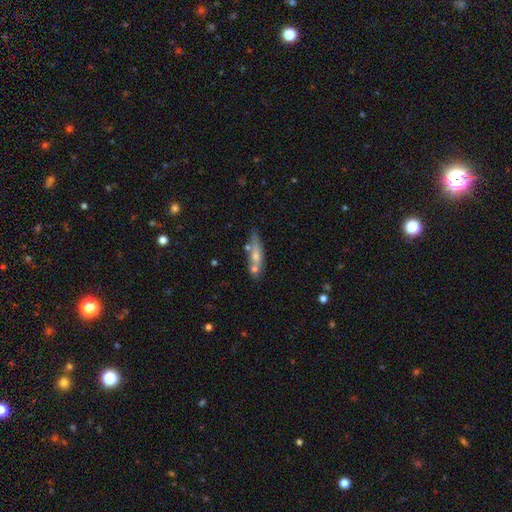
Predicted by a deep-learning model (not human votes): The model was most divided on "smooth or featured": smooth: 54%, featured or disk: 37%, star or artifact: 9%. More confident: how rounded — cigar-shaped (74%); merging — none (60%).